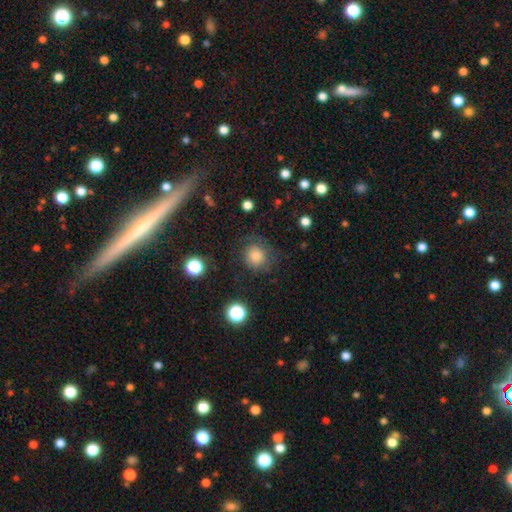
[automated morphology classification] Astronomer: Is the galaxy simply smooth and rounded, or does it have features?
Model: smooth — 77%.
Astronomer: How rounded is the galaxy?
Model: round — 89%.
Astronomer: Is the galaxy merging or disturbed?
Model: none — 75%.